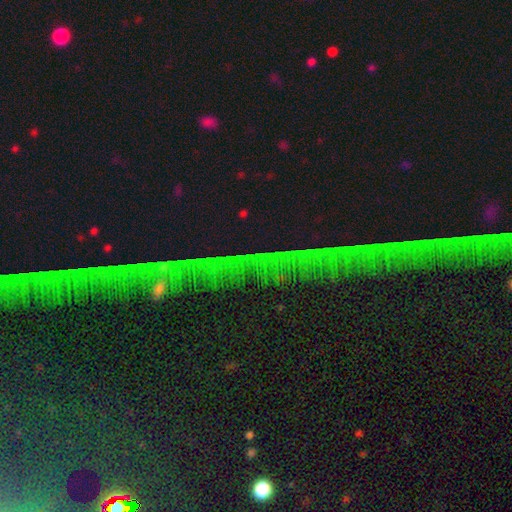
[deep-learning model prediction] Smooth or featured?
  - star or artifact: 81% *
  - featured or disk: 11%
  - smooth: 8%